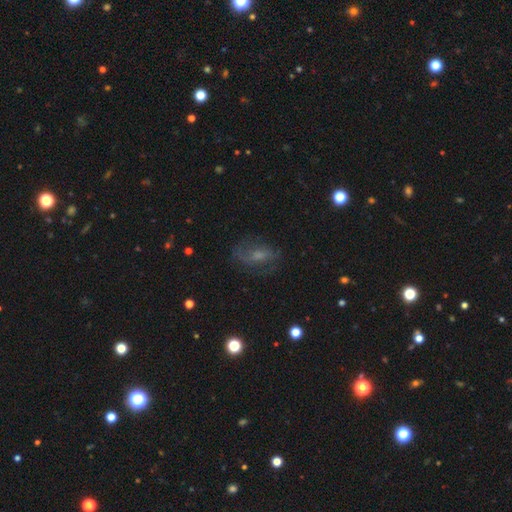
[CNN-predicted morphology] A featured or disk galaxy (53%).

Vote fractions:
- Smooth or featured? featured or disk: 53% / smooth: 29% / star or artifact: 18%
- Edge-on disk? no: 92% / yes: 8%
- Merging? none: 68% / minor disturbance: 18% / major disturbance: 12% / merger: 2%